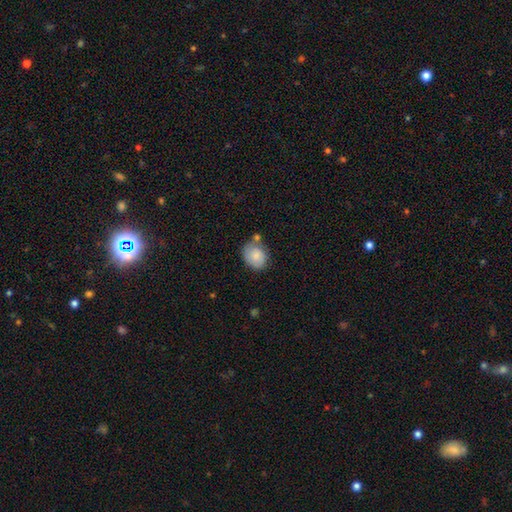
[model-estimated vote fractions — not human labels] smooth 81%, featured or disk 12%, star or artifact 7%. Down the decision tree: how rounded — in between (51%); merging — none (57%).